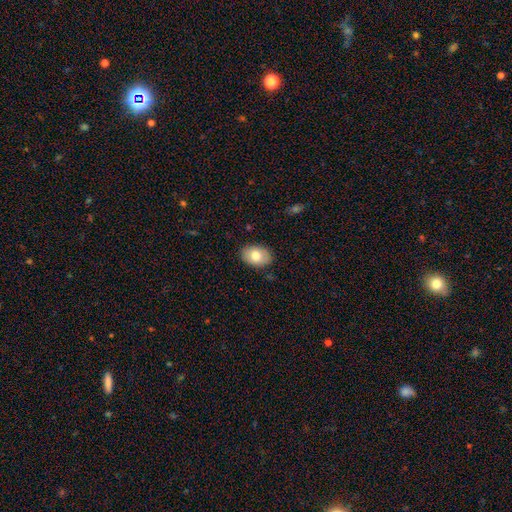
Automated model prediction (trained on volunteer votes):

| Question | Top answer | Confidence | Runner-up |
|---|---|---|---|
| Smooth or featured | smooth | 78% | featured or disk (16%) |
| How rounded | in between | 82% | round (17%) |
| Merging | none | 88% | minor disturbance (9%) |